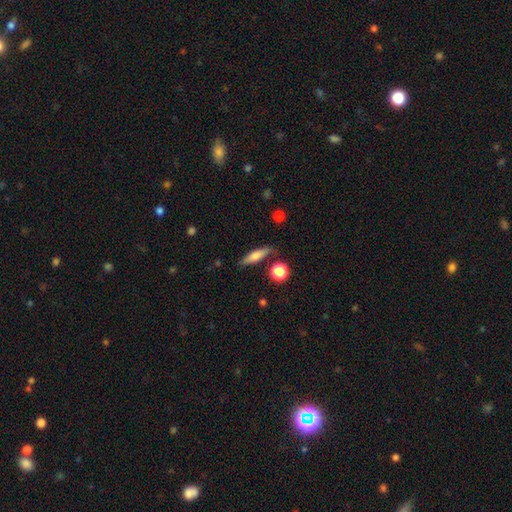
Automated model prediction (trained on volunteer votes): smooth 64%, featured or disk 28%, star or artifact 8%. Down the decision tree: how rounded — cigar-shaped (72%); merging — none (78%).